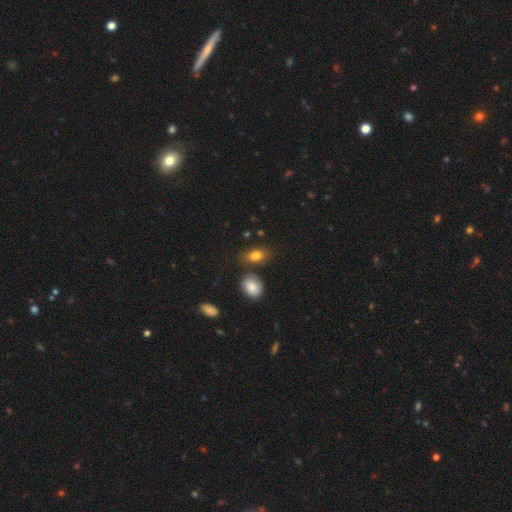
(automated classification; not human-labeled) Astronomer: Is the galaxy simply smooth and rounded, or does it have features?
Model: smooth — 82%.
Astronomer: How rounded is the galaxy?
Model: in between — 82%.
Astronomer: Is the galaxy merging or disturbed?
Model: none — 69%.